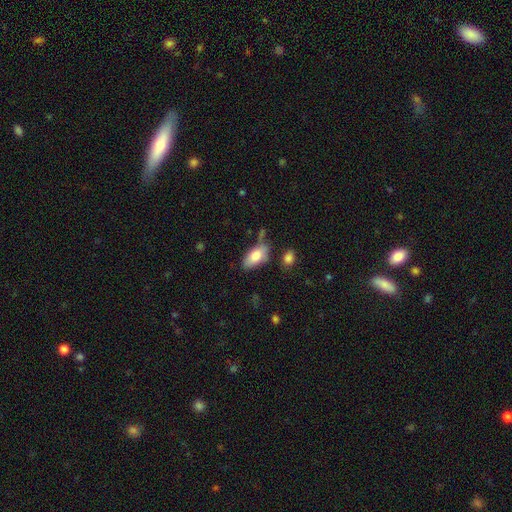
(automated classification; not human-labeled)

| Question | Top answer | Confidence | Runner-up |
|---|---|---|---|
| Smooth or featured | smooth | 81% | featured or disk (13%) |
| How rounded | in between | 92% | cigar-shaped (6%) |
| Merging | none | 62% | minor disturbance (23%) |